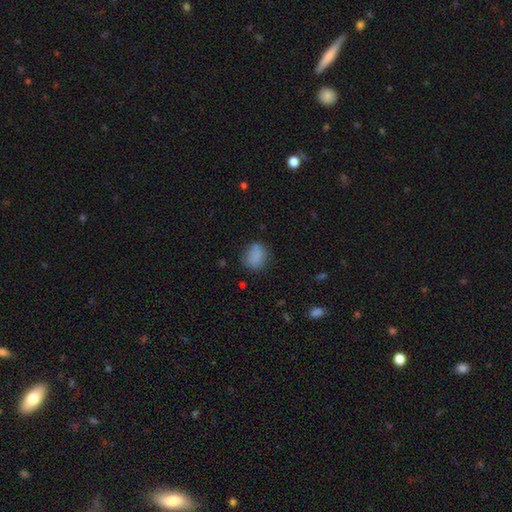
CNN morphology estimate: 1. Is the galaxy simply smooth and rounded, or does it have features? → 84% smooth, 10% star or artifact, 6% featured or disk.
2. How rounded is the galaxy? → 53% in between, 46% round, 1% cigar-shaped.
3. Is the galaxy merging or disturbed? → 72% none, 20% minor disturbance, 6% major disturbance, 2% merger.